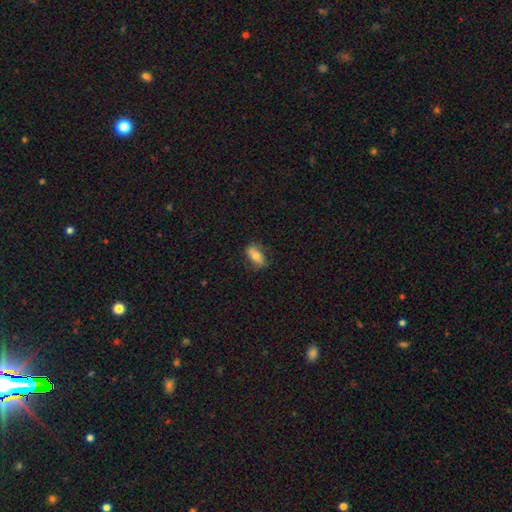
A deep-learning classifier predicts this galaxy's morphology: A smooth galaxy with no disk features (72%) that is in between round and cigar-shaped (84%).

Vote fractions:
- Smooth or featured? smooth: 72% / featured or disk: 21% / star or artifact: 7%
- How rounded? in between: 84% / cigar-shaped: 11% / round: 5%
- Merging? none: 77% / minor disturbance: 17% / major disturbance: 4% / merger: 1%